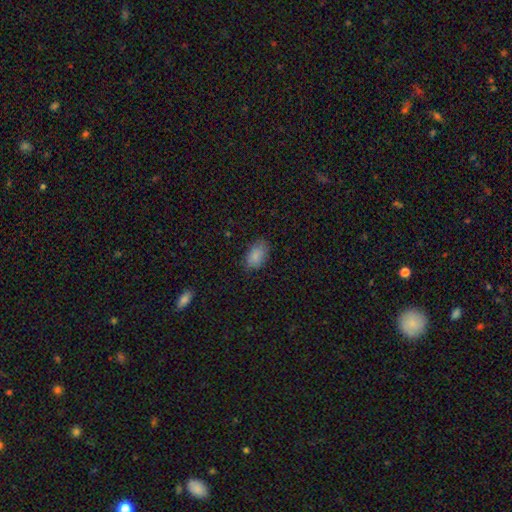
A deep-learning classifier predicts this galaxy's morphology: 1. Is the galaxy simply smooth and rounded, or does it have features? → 86% smooth, 9% star or artifact, 5% featured or disk.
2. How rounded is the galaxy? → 90% in between, 9% round, 1% cigar-shaped.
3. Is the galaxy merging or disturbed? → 76% none, 18% minor disturbance, 4% major disturbance, 1% merger.